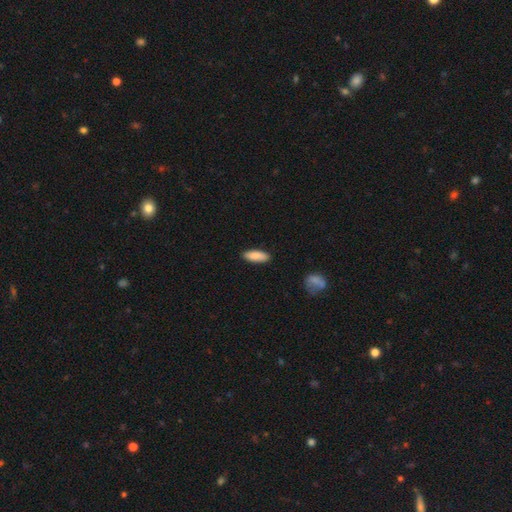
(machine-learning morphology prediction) Smooth or featured? smooth (88%)
How rounded? in between (67%)
Merging? none (88%)